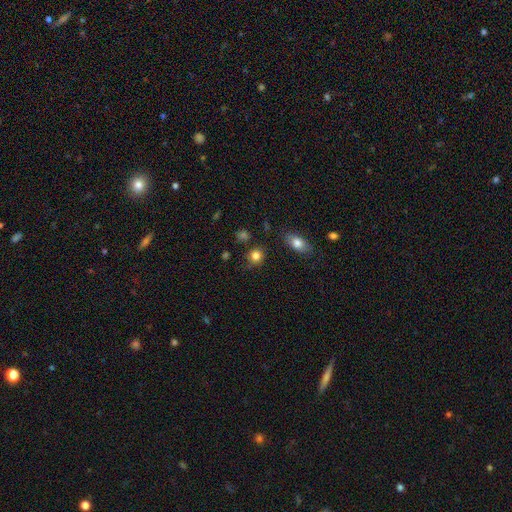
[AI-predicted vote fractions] Smooth or featured: smooth — 83% (star or artifact — 11%)
How rounded: round — 79% (in between — 20%)
Merging: none — 81% (minor disturbance — 12%)